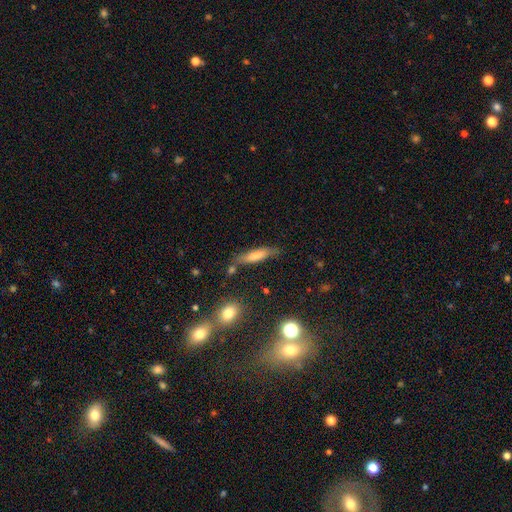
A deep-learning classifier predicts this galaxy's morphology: The model was most divided on "smooth or featured": smooth: 71%, featured or disk: 21%, star or artifact: 8%. More confident: how rounded — cigar-shaped (75%); merging — none (72%).